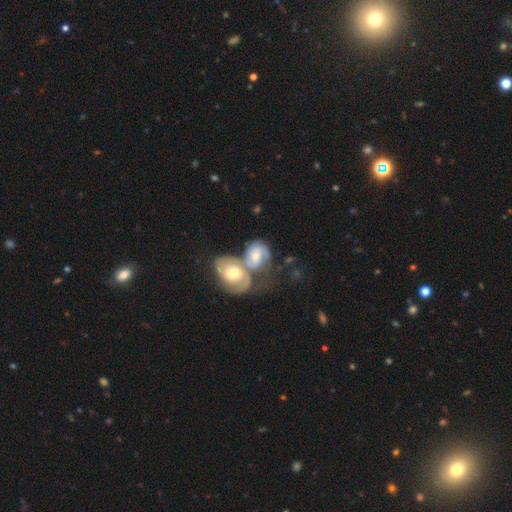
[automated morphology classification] A featured or disk galaxy (65%) with no bar (56%), 2 (67%) medium (45%) spiral arms (88%) and a moderate central bulge (61%).

Vote fractions:
- Smooth or featured? featured or disk: 65% / smooth: 29% / star or artifact: 6%
- Edge-on disk? no: 95% / yes: 5%
- Bar? no: 56% / weak: 35% / strong: 8%
- Spiral arms? yes: 88% / no: 12%
- Spiral winding? medium: 45% / tight: 38% / loose: 17%
- Spiral arm count? 2: 67% / can't tell: 18% / 3: 6% / 1: 6% / 4: 2% / more than 4: 1%
- Bulge size? moderate: 61% / small: 31% / large: 5% / none: 2% / dominant: 1%
- Merging? merger: 65% / none: 20% / minor disturbance: 9% / major disturbance: 7%